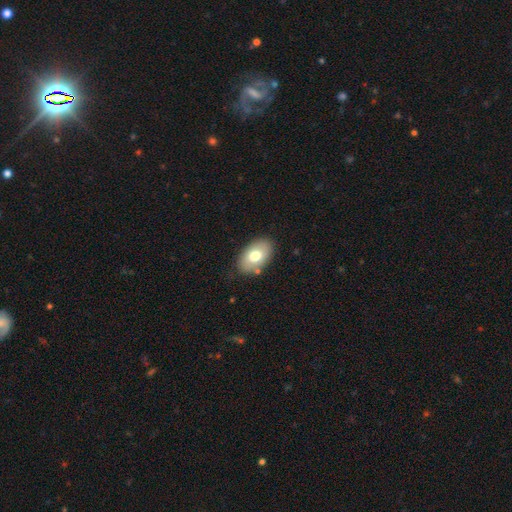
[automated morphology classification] Q: Smooth or featured?
A: smooth (70%); runner-up: featured or disk (21%)
Q: How rounded?
A: in between (88%); runner-up: round (10%)
Q: Merging?
A: none (85%); runner-up: minor disturbance (11%)